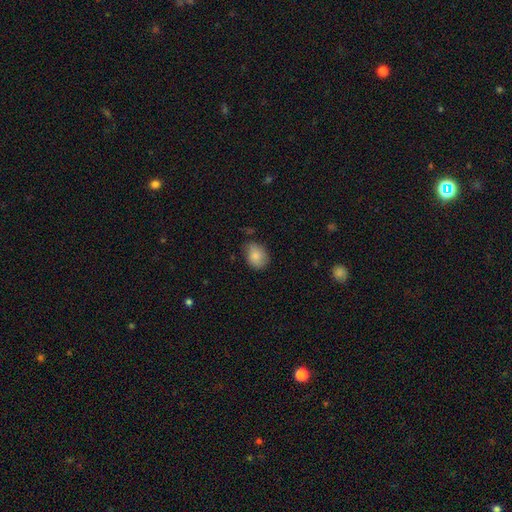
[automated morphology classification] Smooth or featured?
  - smooth: 84% *
  - featured or disk: 8%
  - star or artifact: 8%
How rounded?
  - in between: 55% *
  - round: 44%
  - cigar-shaped: 1%
Merging?
  - none: 66% *
  - minor disturbance: 27%
  - major disturbance: 5%
  - merger: 2%